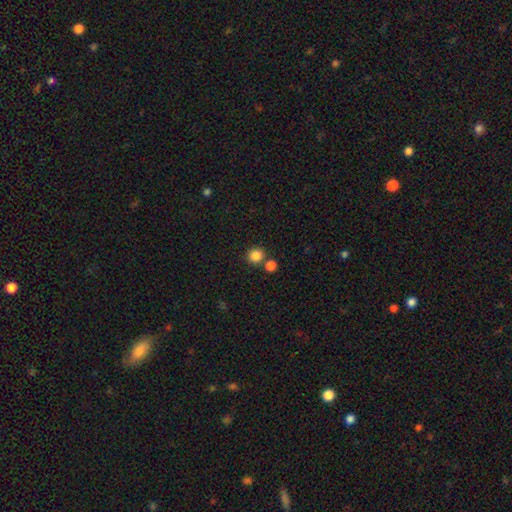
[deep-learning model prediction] This appears to be a smooth galaxy with no disk features (85%) that is round (90%). Merging: none (74%).